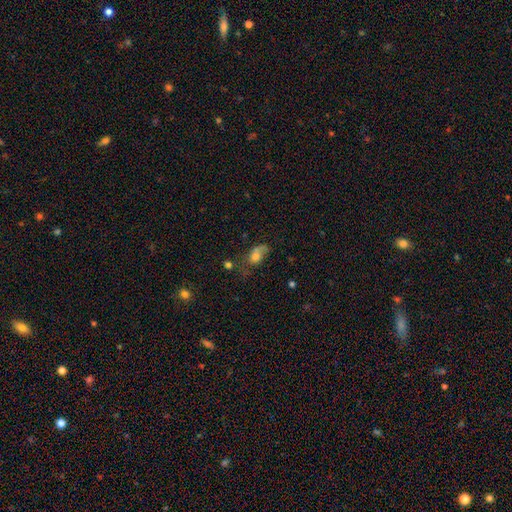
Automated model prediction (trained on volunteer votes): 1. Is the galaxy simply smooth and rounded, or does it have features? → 58% smooth, 28% featured or disk, 15% star or artifact.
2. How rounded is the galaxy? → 72% in between, 23% round, 5% cigar-shaped.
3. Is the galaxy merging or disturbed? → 36% major disturbance, 31% none, 23% minor disturbance, 10% merger.